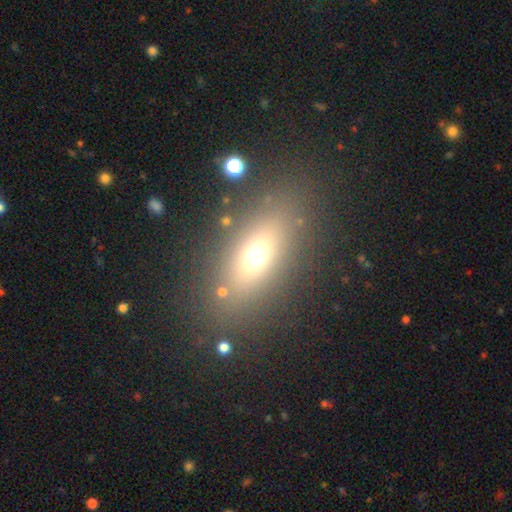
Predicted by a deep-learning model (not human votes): Smooth or featured? Predicted: smooth (p=0.62). How rounded? Predicted: in between (p=0.72). Merging? Predicted: none (p=0.81).